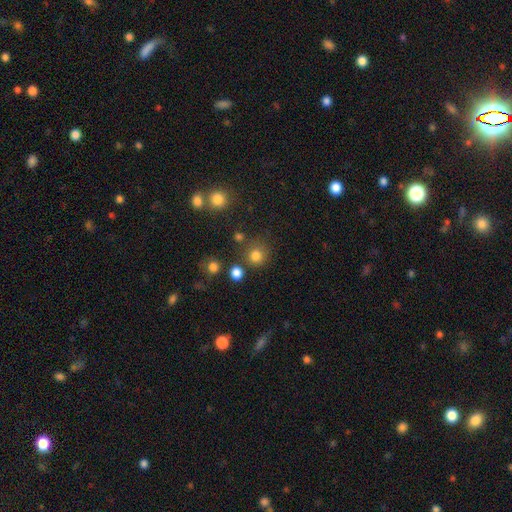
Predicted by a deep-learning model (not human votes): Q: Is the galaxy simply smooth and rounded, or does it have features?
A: smooth — 79%.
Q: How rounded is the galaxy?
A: round — 91%.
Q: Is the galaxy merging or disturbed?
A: none — 77%.